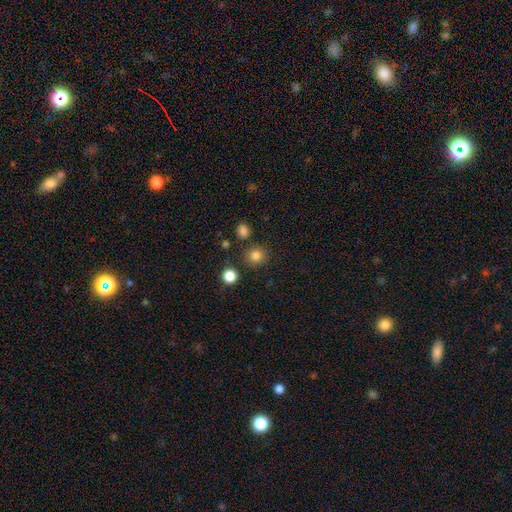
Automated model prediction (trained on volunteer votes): Morphology: type=smooth (82%); roundness=round (89%); merging=none (83%).